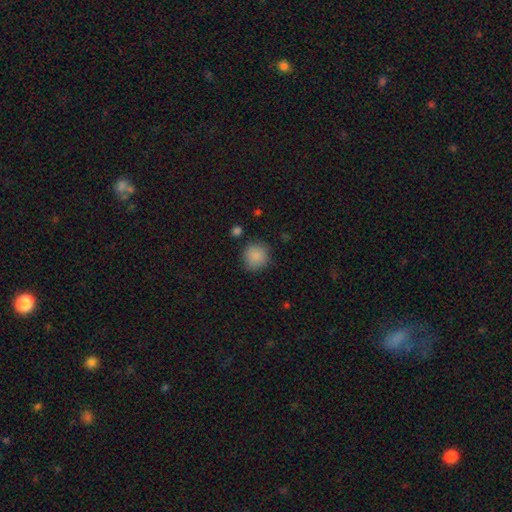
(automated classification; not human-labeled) Smooth or featured?
  - smooth: 86% *
  - star or artifact: 9%
  - featured or disk: 4%
How rounded?
  - round: 90% *
  - in between: 9%
  - cigar-shaped: 1%
Merging?
  - none: 81% *
  - minor disturbance: 13%
  - major disturbance: 4%
  - merger: 2%